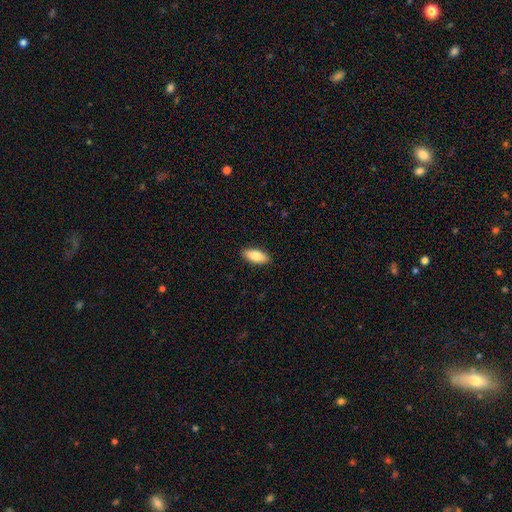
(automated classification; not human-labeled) smooth_or_featured: smooth (p=0.83) [alt: featured or disk p=0.11]
how_rounded: in between (p=0.83) [alt: cigar-shaped p=0.14]
merging: none (p=0.90) [alt: minor disturbance p=0.07]